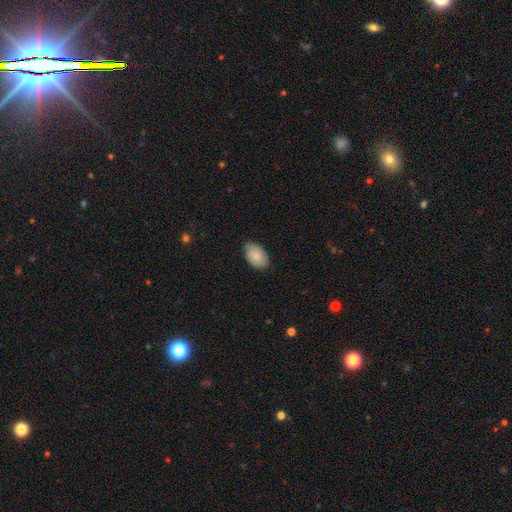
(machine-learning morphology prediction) Overall: smooth (74%). How rounded: in between (90%). Merging: none (74%).